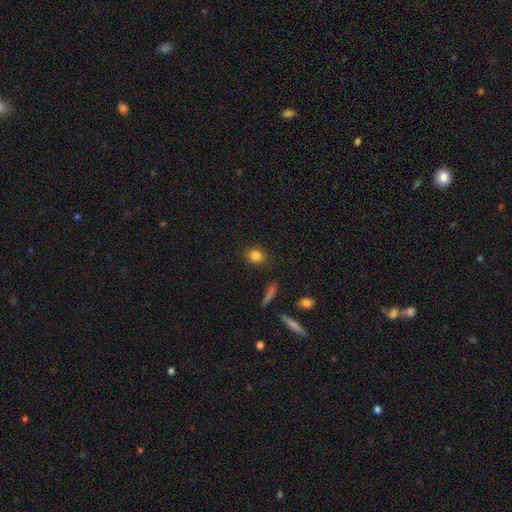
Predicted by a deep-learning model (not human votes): smooth 82%, star or artifact 12%, featured or disk 6%. Down the decision tree: how rounded — round (77%); merging — none (86%).